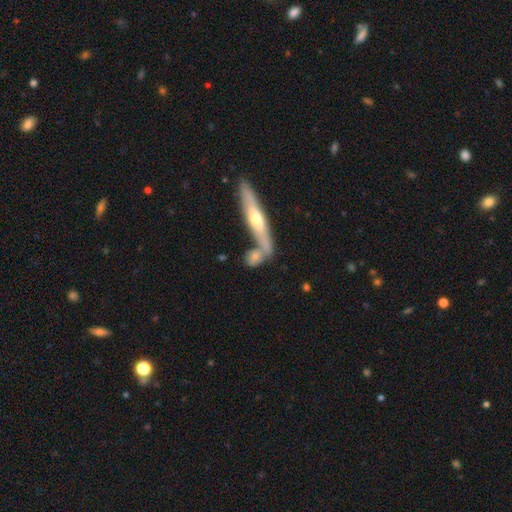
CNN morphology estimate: Q: Smooth or featured?
A: smooth (63%); runner-up: featured or disk (29%)
Q: How rounded?
A: in between (46%); runner-up: cigar-shaped (35%)
Q: Merging?
A: none (48%); runner-up: merger (35%)